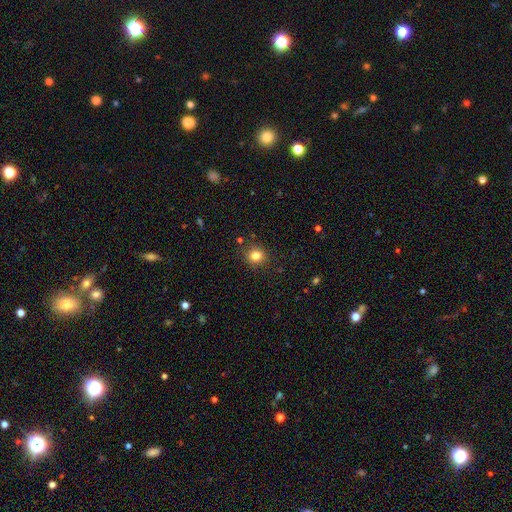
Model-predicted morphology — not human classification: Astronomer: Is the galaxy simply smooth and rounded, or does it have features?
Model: smooth — 82%.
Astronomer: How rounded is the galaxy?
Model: round — 84%.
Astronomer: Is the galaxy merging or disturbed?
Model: none — 87%.